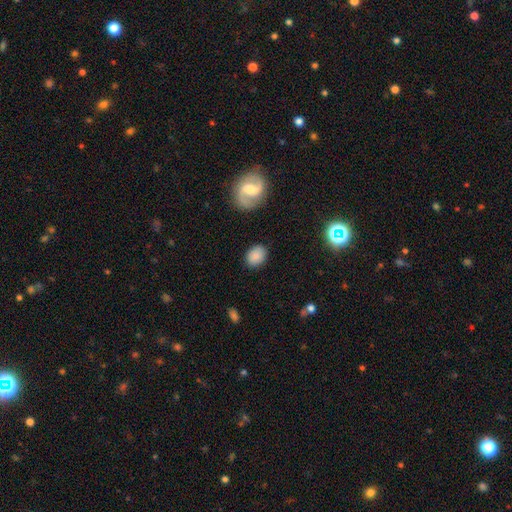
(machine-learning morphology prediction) Smooth or featured? smooth (80%)
How rounded? in between (64%)
Merging? none (84%)